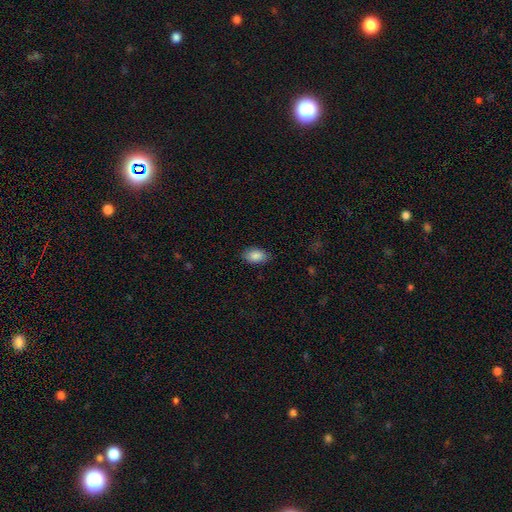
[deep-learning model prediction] A smooth galaxy with no disk features (88%) that is in between round and cigar-shaped (90%). Merging: none (83%).